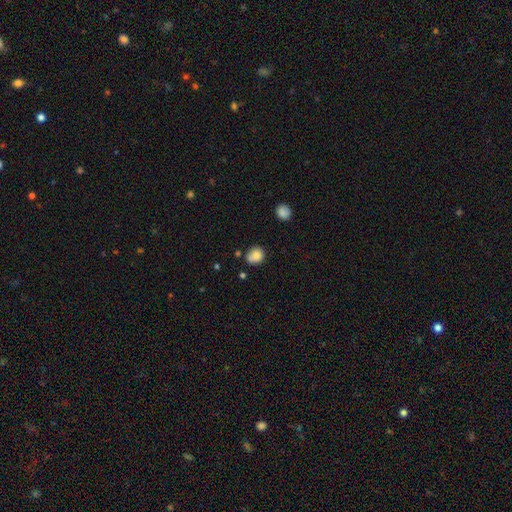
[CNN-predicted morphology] type=smooth (80%); roundness=round (81%); merging=none (59%).